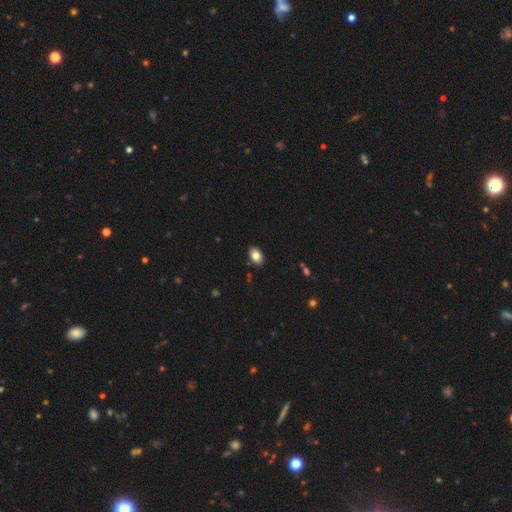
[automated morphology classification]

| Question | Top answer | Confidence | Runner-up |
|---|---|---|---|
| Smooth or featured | smooth | 84% | star or artifact (9%) |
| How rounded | in between | 85% | round (14%) |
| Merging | none | 87% | minor disturbance (9%) |